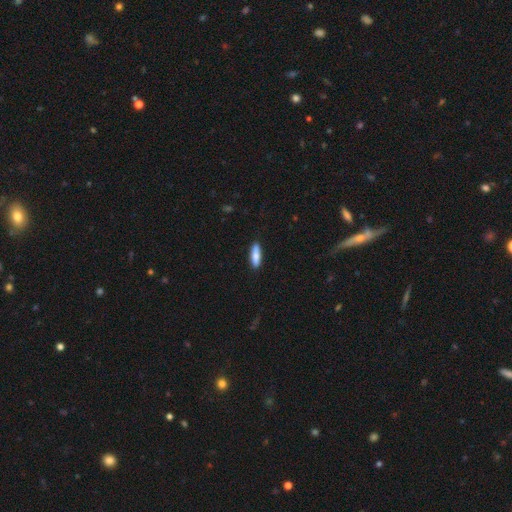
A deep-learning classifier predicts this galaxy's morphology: type=smooth (77%); roundness=cigar-shaped (64%); merging=none (89%).